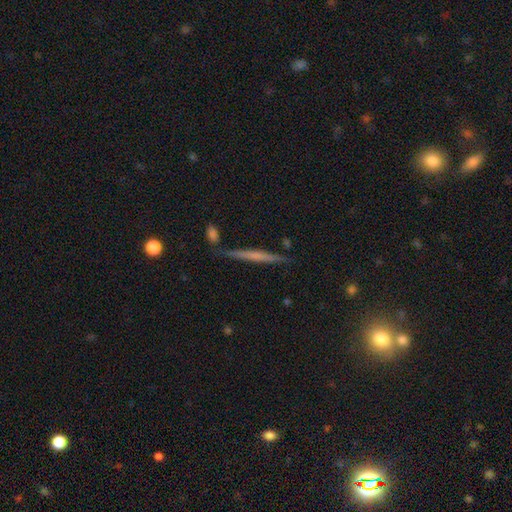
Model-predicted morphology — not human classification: This is possibly a featured or disk galaxy (52%). It is clearly viewed edge-on (96%). Merging: clearly none (83%).